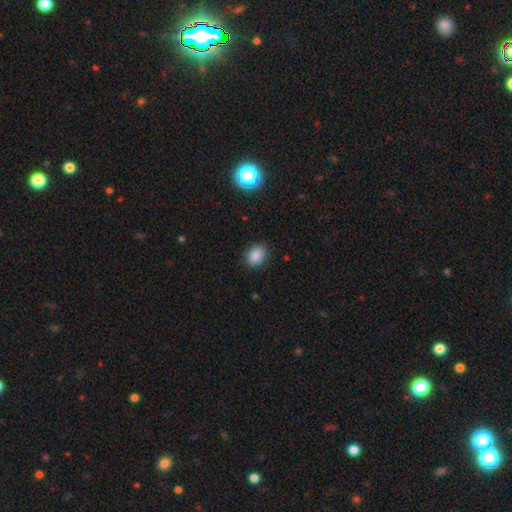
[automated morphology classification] Q: Smooth or featured?
A: smooth (86%); runner-up: star or artifact (10%)
Q: How rounded?
A: in between (55%); runner-up: round (44%)
Q: Merging?
A: none (87%); runner-up: minor disturbance (10%)